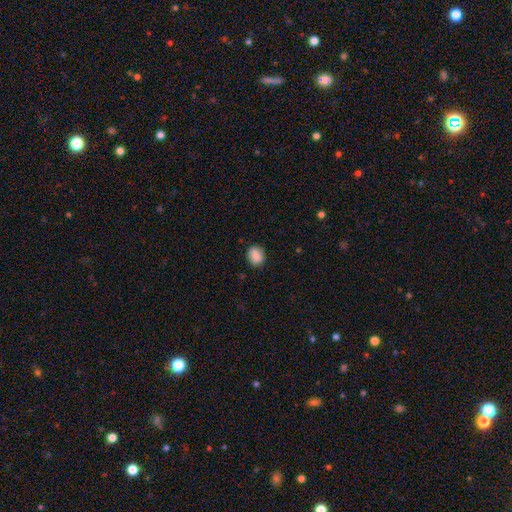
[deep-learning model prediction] Smooth or featured: smooth — 88% (star or artifact — 8%)
How rounded: round — 58% (in between — 41%)
Merging: none — 85% (minor disturbance — 11%)